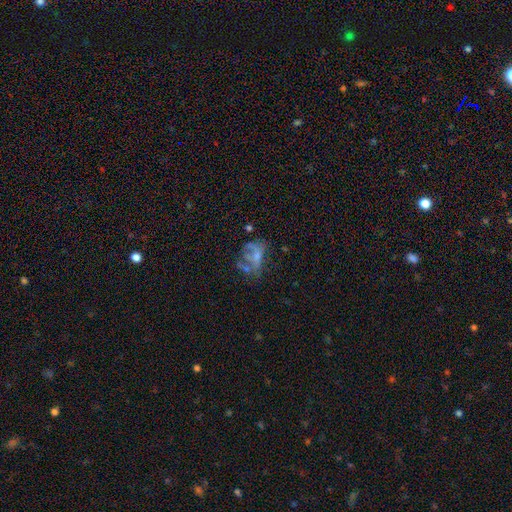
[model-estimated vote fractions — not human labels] Smooth or featured? featured or disk (47%)
Merging? major disturbance (35%)